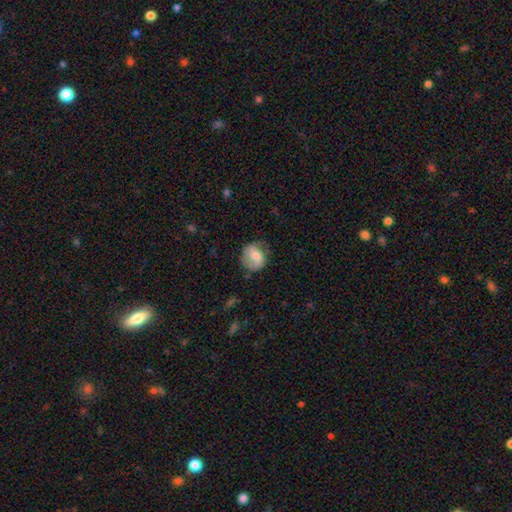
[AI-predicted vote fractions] smooth 56%, featured or disk 37%, star or artifact 7%. Down the decision tree: how rounded — round (71%); merging — none (66%).